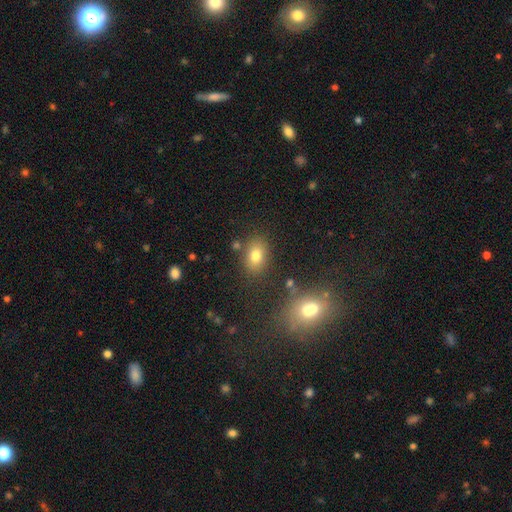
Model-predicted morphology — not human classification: smooth 76%, star or artifact 12%, featured or disk 11%. Down the decision tree: how rounded — in between (77%); merging — none (79%).